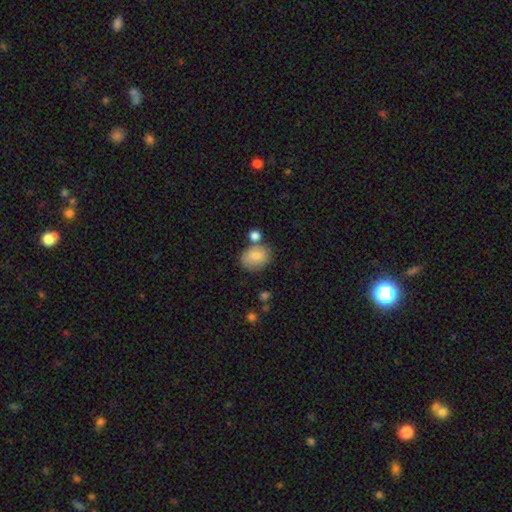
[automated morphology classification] Smooth or featured: smooth — 79% (featured or disk — 13%)
How rounded: in between — 61% (round — 38%)
Merging: none — 55% (minor disturbance — 19%)